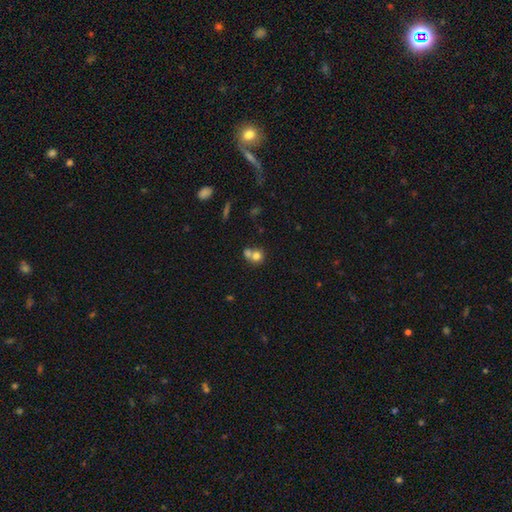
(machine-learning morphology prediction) smooth_or_featured: smooth (p=0.74) [alt: featured or disk p=0.14]
how_rounded: round (p=0.81) [alt: in between p=0.18]
merging: merger (p=0.56) [alt: none p=0.34]